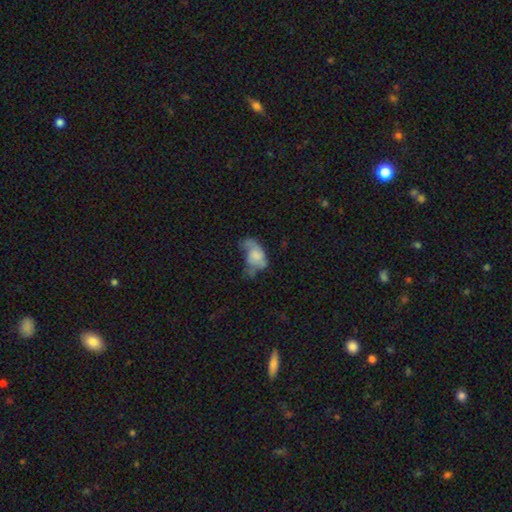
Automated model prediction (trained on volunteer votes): smooth_or_featured: smooth (p=0.55) [alt: featured or disk p=0.36]
how_rounded: in between (p=0.88) [alt: round p=0.09]
merging: major disturbance (p=0.41) [alt: minor disturbance p=0.27]